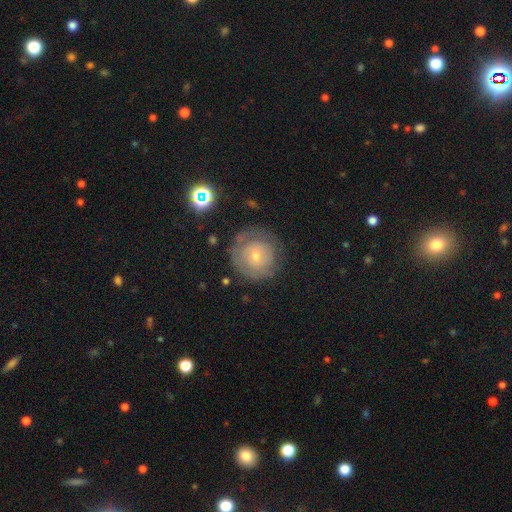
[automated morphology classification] A featured or disk galaxy (51%). Merging: none (68%).